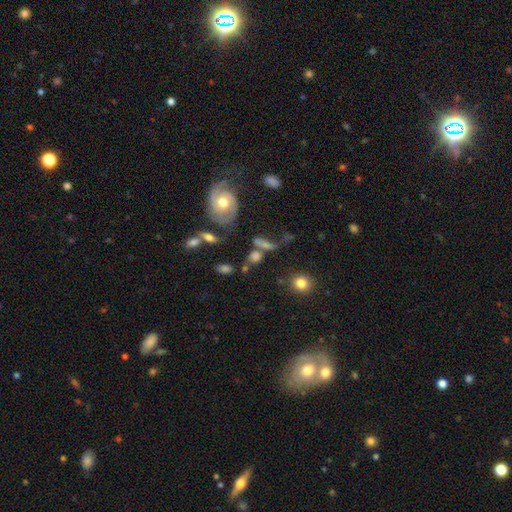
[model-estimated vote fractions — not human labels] A smooth galaxy with no disk features (55%) that is in between round and cigar-shaped (56%). Merging: none (46%).